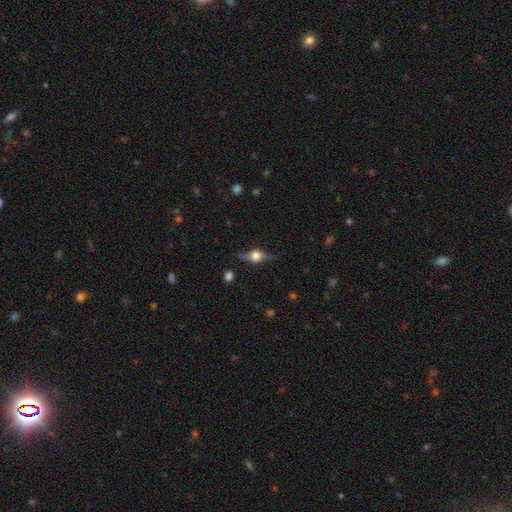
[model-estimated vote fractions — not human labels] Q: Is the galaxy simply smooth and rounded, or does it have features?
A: featured or disk — 72%.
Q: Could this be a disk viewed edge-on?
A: yes — 95%.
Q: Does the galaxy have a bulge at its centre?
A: rounded — 94%.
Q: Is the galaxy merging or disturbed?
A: none — 82%.